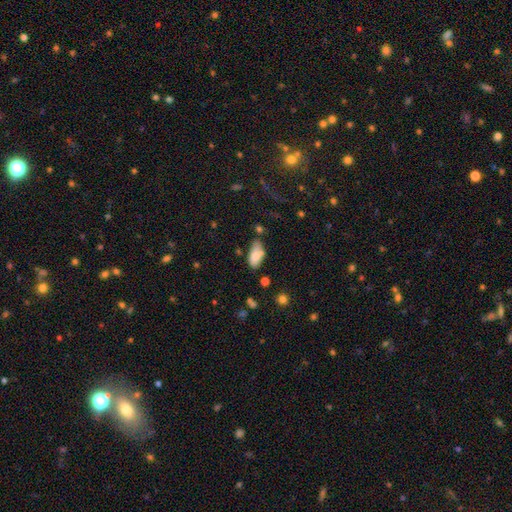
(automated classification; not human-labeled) Q: Smooth or featured?
A: smooth (78%); runner-up: featured or disk (14%)
Q: How rounded?
A: in between (91%); runner-up: cigar-shaped (7%)
Q: Merging?
A: none (56%); runner-up: minor disturbance (27%)